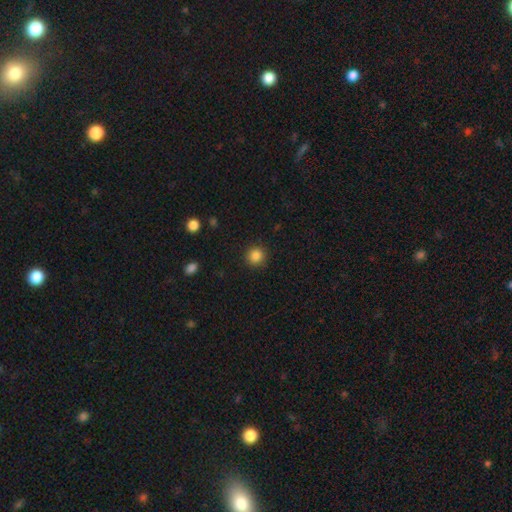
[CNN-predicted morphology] This appears to be a smooth galaxy with no disk features (85%) that is round (93%). Merging: none (90%).